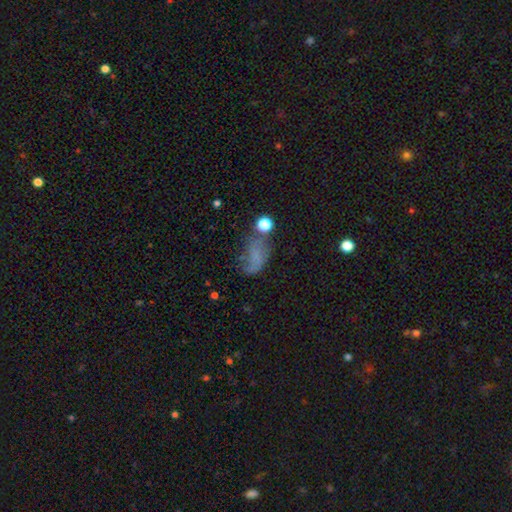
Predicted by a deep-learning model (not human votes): smooth 53%, featured or disk 27%, star or artifact 19%. Down the decision tree: how rounded — in between (82%); merging — none (34%).